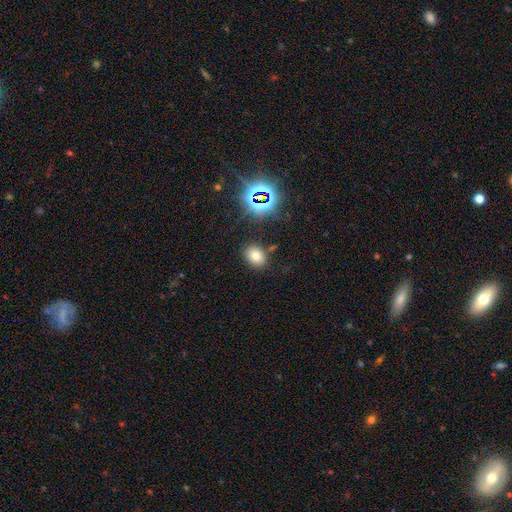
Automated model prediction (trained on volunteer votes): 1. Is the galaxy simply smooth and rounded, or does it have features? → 71% smooth, 19% star or artifact, 9% featured or disk.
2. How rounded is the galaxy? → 56% in between, 43% round, 1% cigar-shaped.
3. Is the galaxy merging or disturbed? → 83% none, 10% minor disturbance, 4% merger, 3% major disturbance.